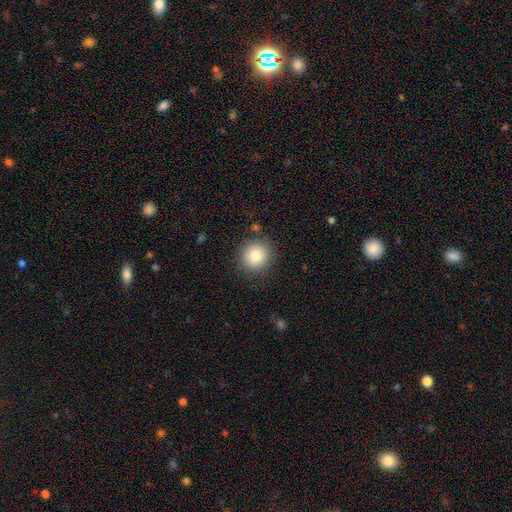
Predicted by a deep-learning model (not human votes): Smooth or featured? Predicted: smooth (p=0.82). How rounded? Predicted: round (p=0.90). Merging? Predicted: none (p=0.87).